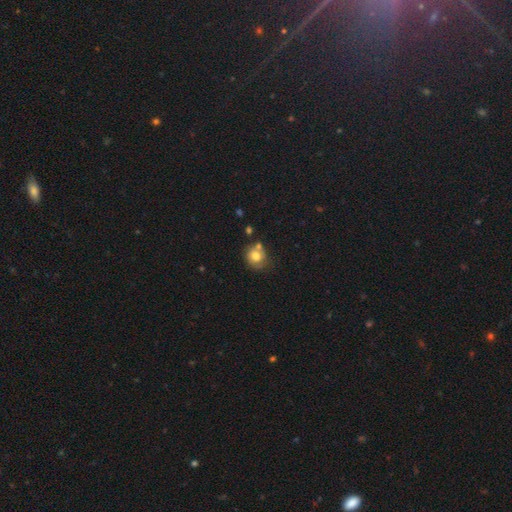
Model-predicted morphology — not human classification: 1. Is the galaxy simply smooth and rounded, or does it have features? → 75% smooth, 15% featured or disk, 10% star or artifact.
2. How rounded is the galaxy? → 81% round, 18% in between, 1% cigar-shaped.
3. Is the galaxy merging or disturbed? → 56% none, 20% merger, 19% minor disturbance, 6% major disturbance.